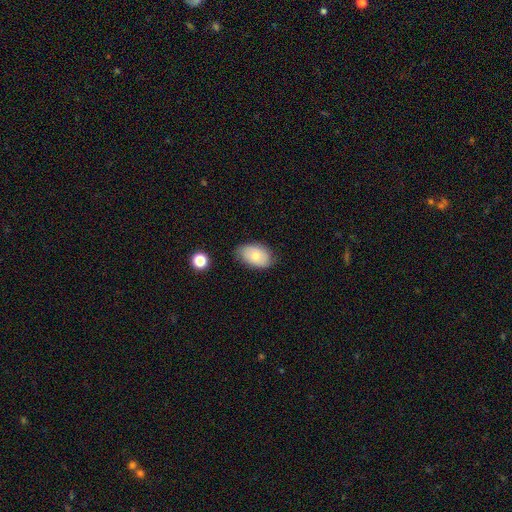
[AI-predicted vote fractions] smooth 72%, featured or disk 20%, star or artifact 8%. Down the decision tree: how rounded — in between (89%); merging — none (73%).